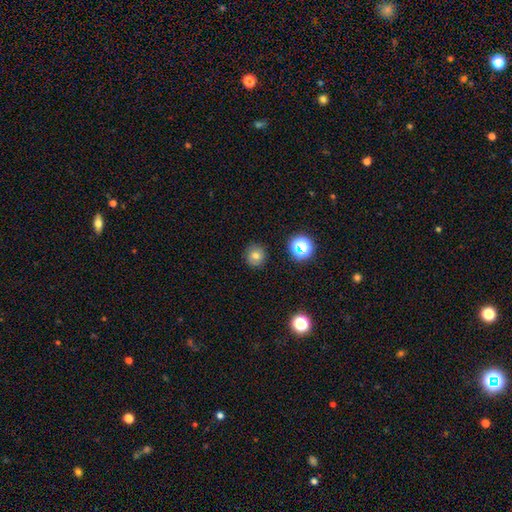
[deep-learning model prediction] smooth 72%, star or artifact 16%, featured or disk 12%. Down the decision tree: how rounded — round (93%); merging — none (89%).